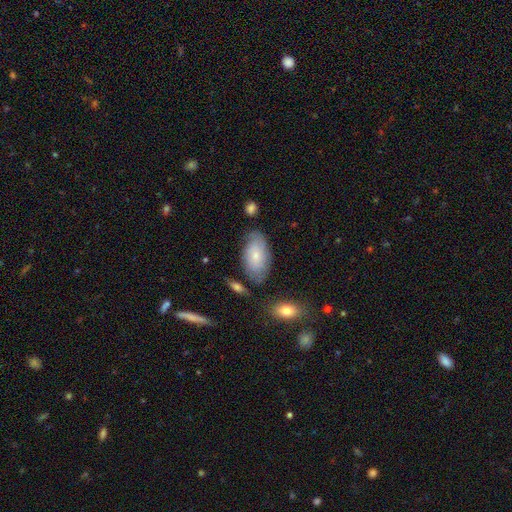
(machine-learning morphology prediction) smooth 61%, featured or disk 32%, star or artifact 7%. Down the decision tree: how rounded — in between (94%); merging — none (65%).